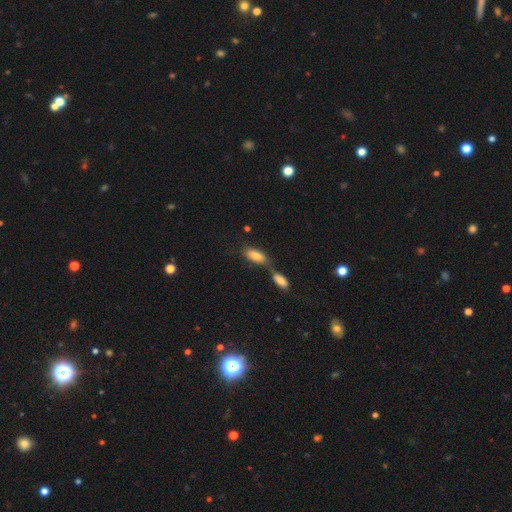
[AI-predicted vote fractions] This is likely a smooth galaxy (79%). How rounded: clearly in between (85%). Merging: possibly merger (48%).